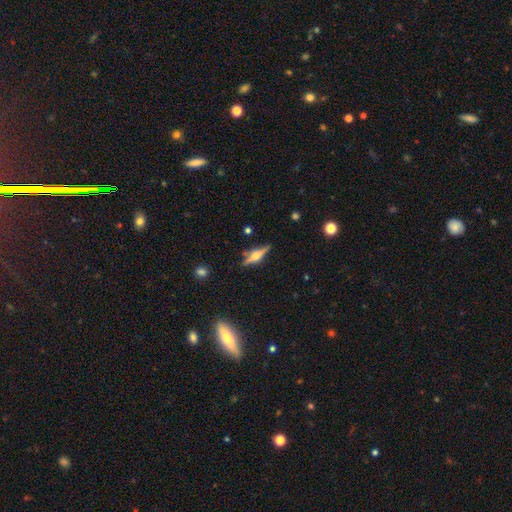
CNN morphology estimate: Smooth or featured: featured or disk — 70% (smooth — 23%)
Edge-on disk: yes — 97% (no — 3%)
Edge-on bulge: rounded — 84% (boxy — 12%)
Merging: none — 85% (minor disturbance — 10%)